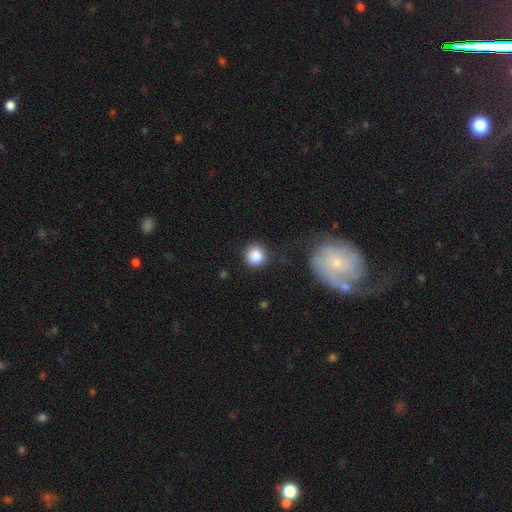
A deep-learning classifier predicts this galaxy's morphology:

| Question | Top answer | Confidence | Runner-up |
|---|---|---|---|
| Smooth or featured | smooth | 87% | star or artifact (9%) |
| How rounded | round | 92% | in between (7%) |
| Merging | none | 81% | minor disturbance (12%) |